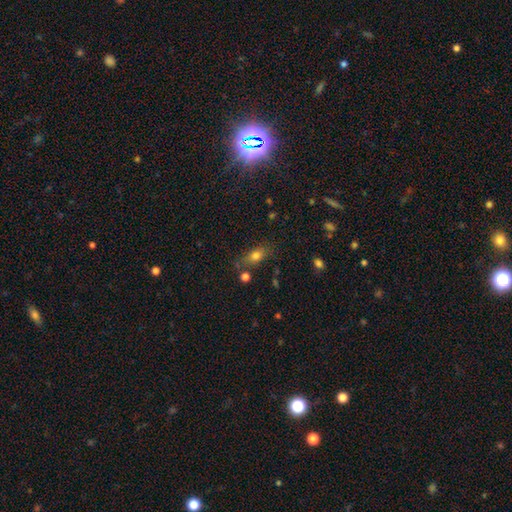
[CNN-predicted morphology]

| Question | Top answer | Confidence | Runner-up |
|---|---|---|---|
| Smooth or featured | smooth | 76% | star or artifact (12%) |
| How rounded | in between | 73% | round (18%) |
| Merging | none | 67% | minor disturbance (18%) |